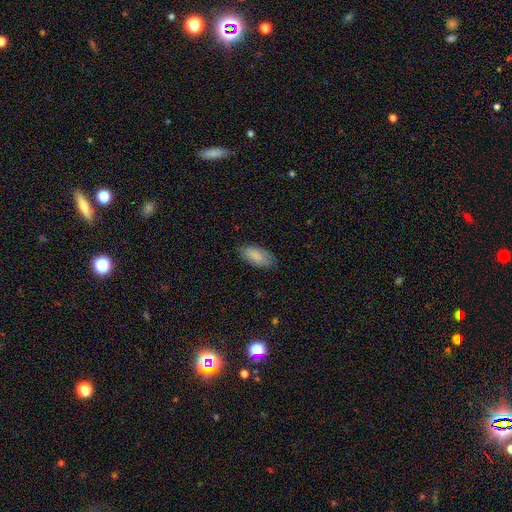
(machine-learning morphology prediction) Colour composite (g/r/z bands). It shows a smooth galaxy with no disk features (86%) that is in between round and cigar-shaped (90%). Merging: none (82%).